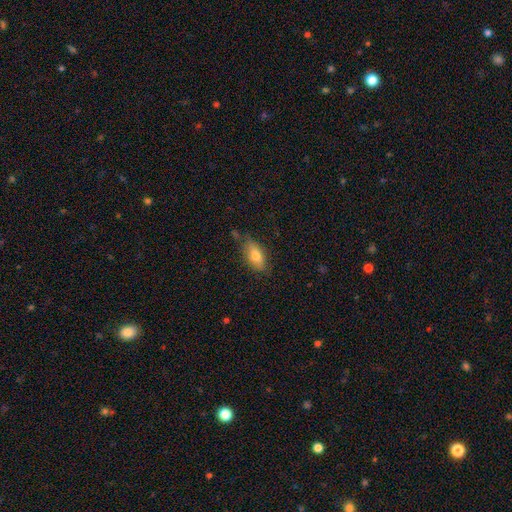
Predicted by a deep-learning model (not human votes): This appears to be a smooth galaxy with no disk features (70%) that is in between round and cigar-shaped (79%). Merging: none (71%).